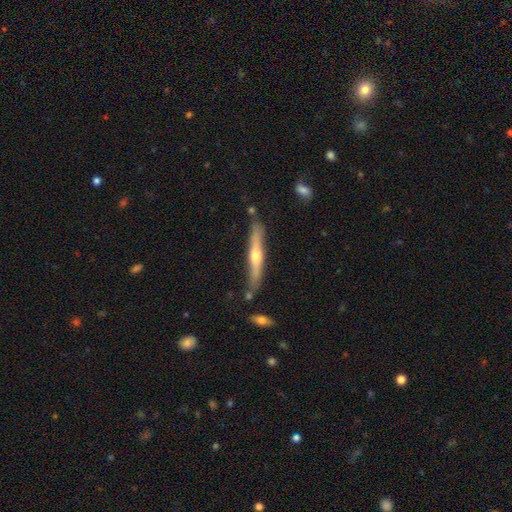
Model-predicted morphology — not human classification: Q: Smooth or featured?
A: featured or disk (63%); runner-up: smooth (32%)
Q: Edge-on disk?
A: yes (95%); runner-up: no (5%)
Q: Edge-on bulge?
A: rounded (86%); runner-up: none (11%)
Q: Merging?
A: none (79%); runner-up: minor disturbance (14%)